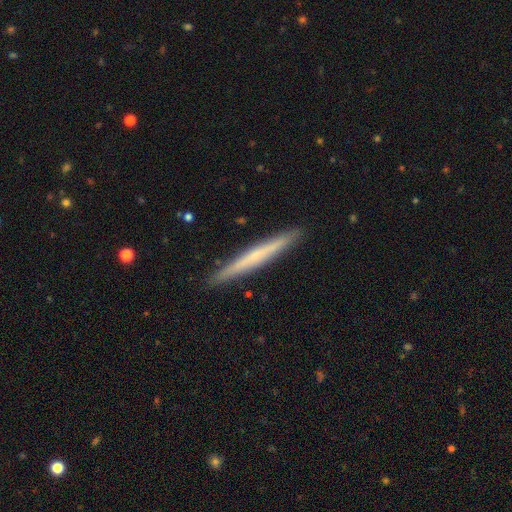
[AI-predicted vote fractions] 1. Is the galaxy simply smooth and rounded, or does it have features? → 48% featured or disk, 47% smooth, 6% star or artifact.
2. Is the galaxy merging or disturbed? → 92% none, 6% minor disturbance, 1% major disturbance, 1% merger.